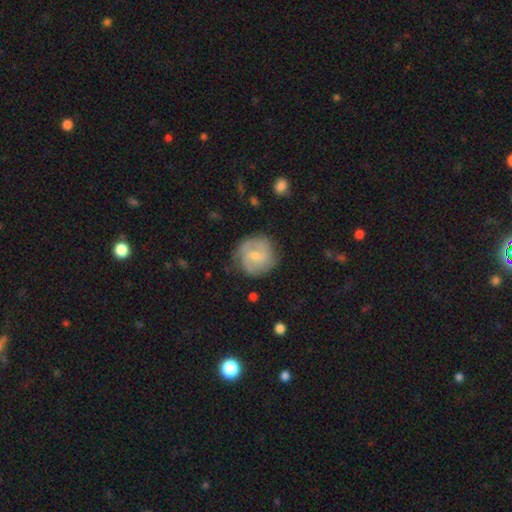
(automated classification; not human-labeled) smooth_or_featured: featured or disk (p=0.61) [alt: smooth p=0.33]
disk_edge_on: no (p=0.98) [alt: yes p=0.02]
bar: weak (p=0.53) [alt: no p=0.36]
has_spiral_arms: yes (p=0.87) [alt: no p=0.13]
spiral_winding: medium (p=0.44) [alt: tight p=0.39]
spiral_arm_count: 2 (p=0.60) [alt: can't tell p=0.21]
bulge_size: small (p=0.62) [alt: moderate p=0.30]
merging: none (p=0.73) [alt: minor disturbance p=0.19]